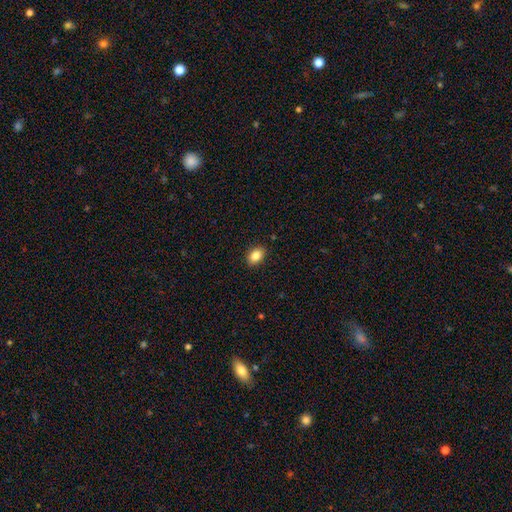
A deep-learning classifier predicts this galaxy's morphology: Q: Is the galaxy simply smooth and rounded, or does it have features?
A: smooth — 86%.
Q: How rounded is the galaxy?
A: in between — 78%.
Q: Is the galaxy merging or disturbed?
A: none — 89%.